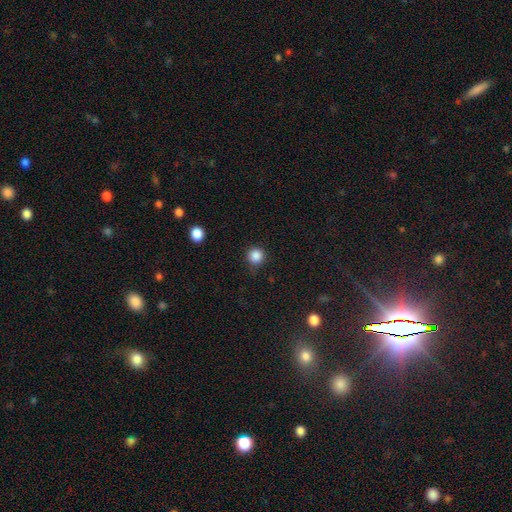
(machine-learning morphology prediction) This is clearly a smooth galaxy (86%). How rounded: clearly round (95%). Merging: clearly none (87%).